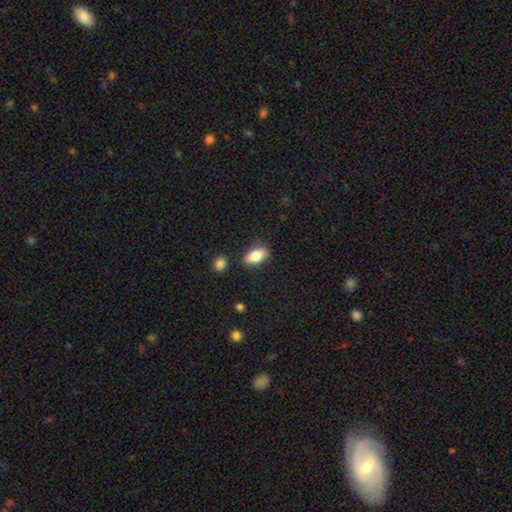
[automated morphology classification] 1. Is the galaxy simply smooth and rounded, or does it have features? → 81% smooth, 12% featured or disk, 7% star or artifact.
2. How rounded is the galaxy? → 88% in between, 7% cigar-shaped, 5% round.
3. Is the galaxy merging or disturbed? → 82% none, 12% minor disturbance, 3% merger, 3% major disturbance.